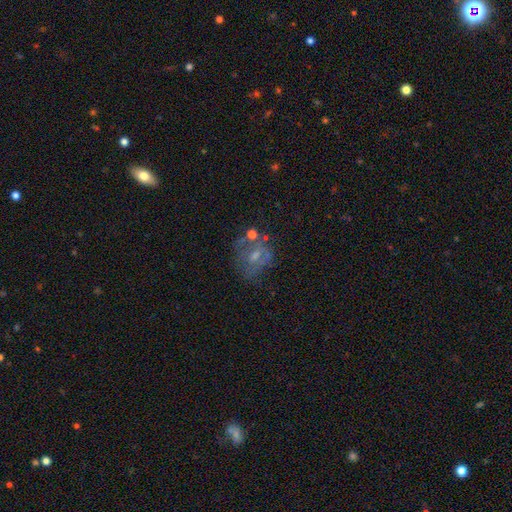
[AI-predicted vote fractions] A featured or disk galaxy (53%) with no bar (59%), no spiral arms (64%) and a moderate central bulge (39%).

Vote fractions:
- Smooth or featured? featured or disk: 53% / smooth: 31% / star or artifact: 16%
- Edge-on disk? no: 97% / yes: 3%
- Bar? no: 59% / weak: 33% / strong: 8%
- Spiral arms? no: 64% / yes: 36%
- Bulge size? moderate: 39% / small: 38% / none: 18% / large: 4% / dominant: 1%
- Merging? none: 43% / major disturbance: 24% / minor disturbance: 21% / merger: 12%